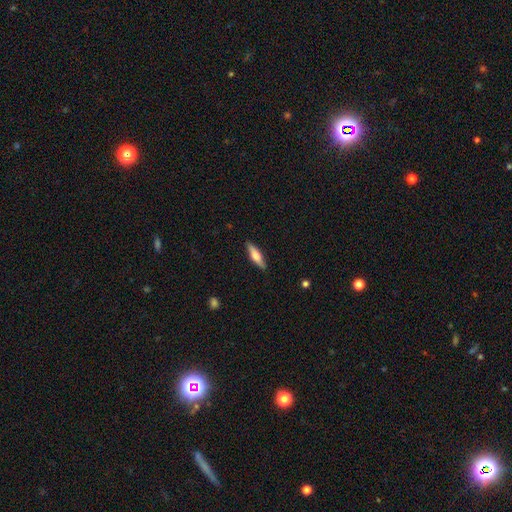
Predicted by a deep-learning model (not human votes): The model was most divided on "smooth or featured": smooth: 58%, featured or disk: 36%, star or artifact: 6%. More confident: merging — none (88%); how rounded — cigar-shaped (68%).